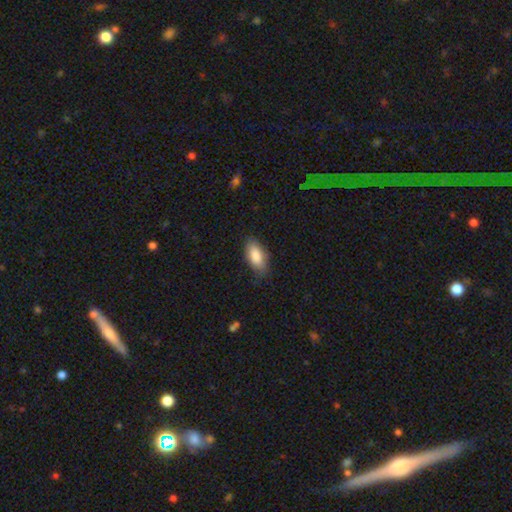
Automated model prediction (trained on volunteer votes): Q: Smooth or featured?
A: smooth (85%); runner-up: featured or disk (8%)
Q: How rounded?
A: in between (88%); runner-up: cigar-shaped (10%)
Q: Merging?
A: none (80%); runner-up: minor disturbance (15%)